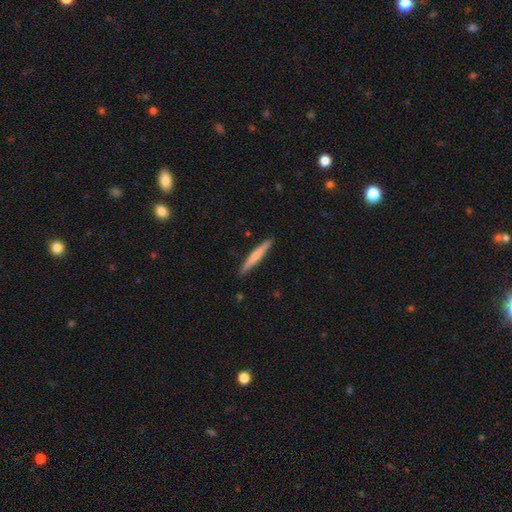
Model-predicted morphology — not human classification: This is likely a smooth galaxy (64%). How rounded: clearly cigar-shaped (96%). Merging: clearly none (90%).